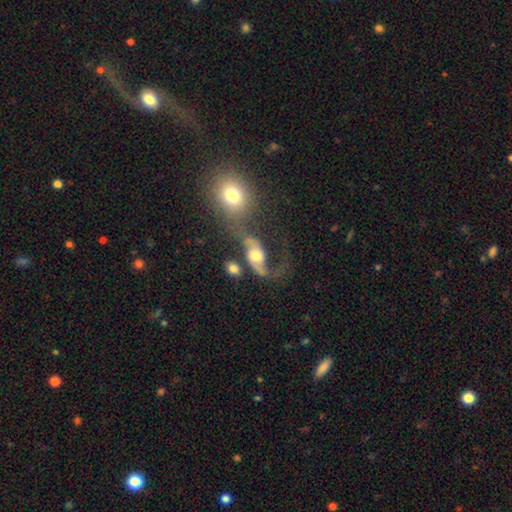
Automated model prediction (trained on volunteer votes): featured or disk 72%, smooth 20%, star or artifact 8%. Down the decision tree: edge-on disk — no (95%); bar — no (56%); spiral arms — yes (88%); spiral arm count — 2 (75%); spiral winding — loose (77%); bulge size — moderate (62%); merging — merger (37%).